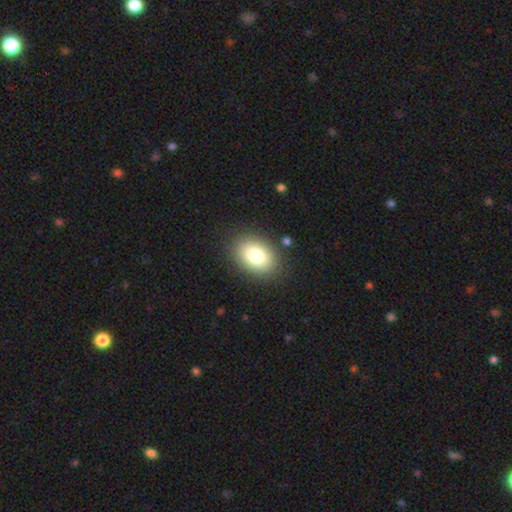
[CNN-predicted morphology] Smooth or featured: smooth — 81% (featured or disk — 10%)
How rounded: in between — 75% (round — 24%)
Merging: none — 87% (minor disturbance — 9%)